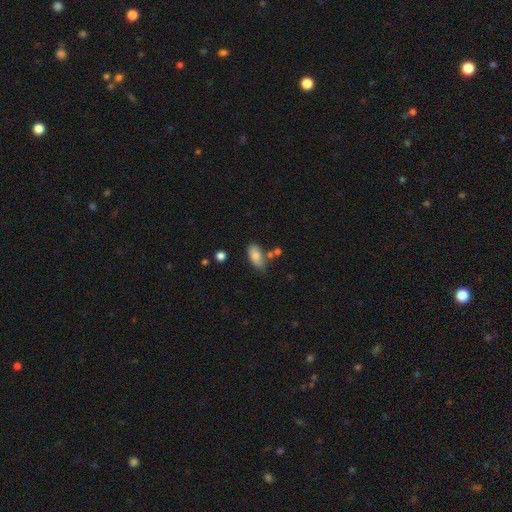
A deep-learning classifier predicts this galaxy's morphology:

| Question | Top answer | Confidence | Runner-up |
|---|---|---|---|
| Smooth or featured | smooth | 81% | featured or disk (11%) |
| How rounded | in between | 89% | cigar-shaped (7%) |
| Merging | none | 61% | minor disturbance (24%) |